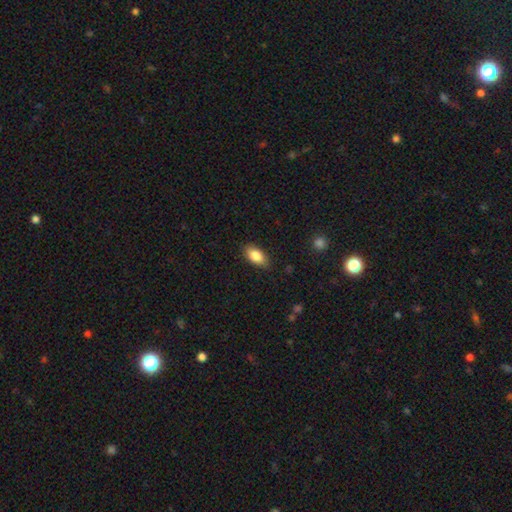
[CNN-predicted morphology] The model was most divided on "merging": none: 84%, minor disturbance: 13%, major disturbance: 3%, merger: 1%. More confident: how rounded — in between (91%); smooth or featured — smooth (85%).